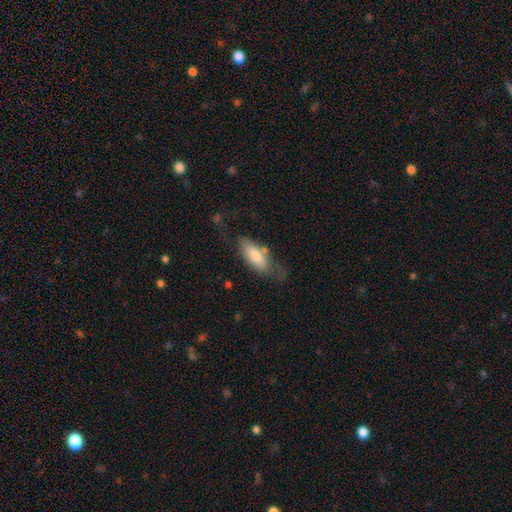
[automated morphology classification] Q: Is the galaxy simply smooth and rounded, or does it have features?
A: smooth — 59%.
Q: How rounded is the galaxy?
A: in between — 75%.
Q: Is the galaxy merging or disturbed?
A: none — 52%.